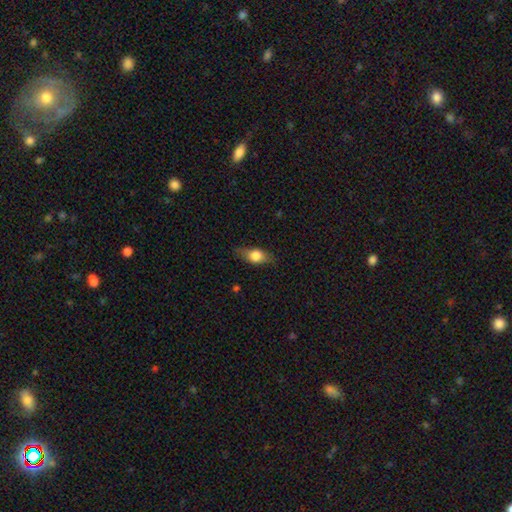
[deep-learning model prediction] The model was most divided on "smooth or featured": smooth: 67%, featured or disk: 25%, star or artifact: 8%. More confident: how rounded — in between (75%); merging — none (75%).